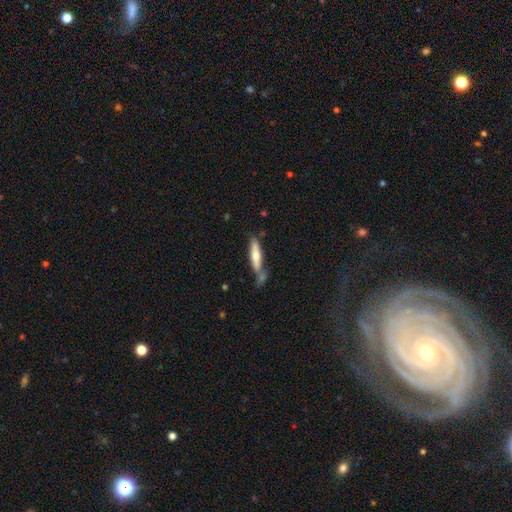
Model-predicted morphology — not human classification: smooth 56%, featured or disk 38%, star or artifact 6%. Down the decision tree: how rounded — cigar-shaped (79%); merging — none (47%).